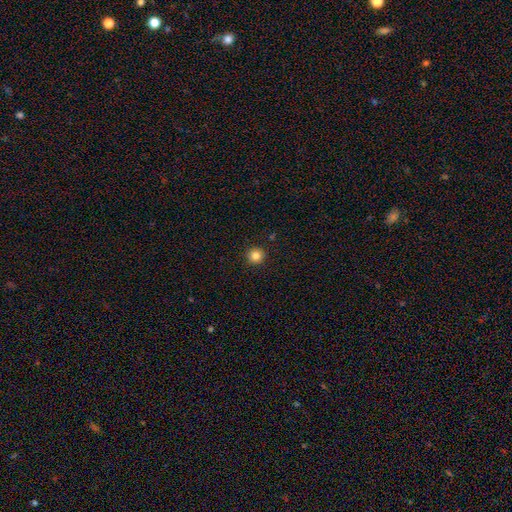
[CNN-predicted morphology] This appears to be a smooth galaxy with no disk features (83%) that is round (95%). Merging: none (93%).